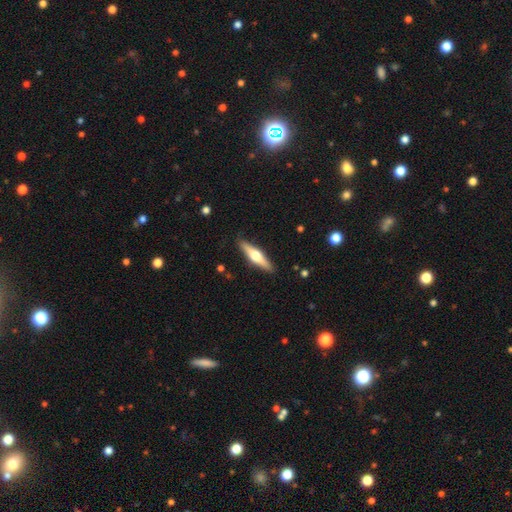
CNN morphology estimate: Q: Smooth or featured?
A: featured or disk (57%); runner-up: smooth (38%)
Q: Edge-on disk?
A: yes (95%); runner-up: no (5%)
Q: Edge-on bulge?
A: rounded (94%); runner-up: boxy (3%)
Q: Merging?
A: none (89%); runner-up: minor disturbance (8%)